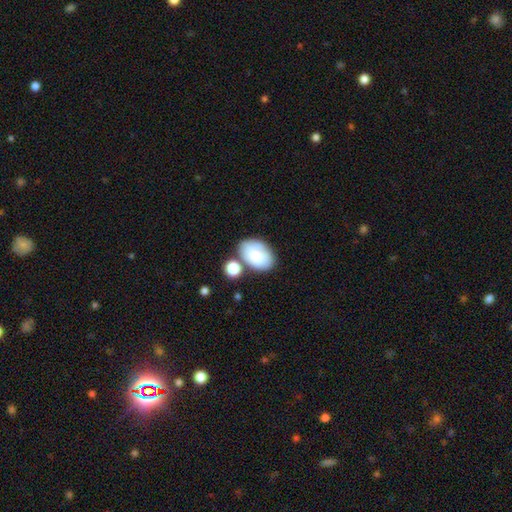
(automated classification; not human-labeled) Smooth or featured?
  - smooth: 74% *
  - featured or disk: 18%
  - star or artifact: 8%
How rounded?
  - in between: 87% *
  - round: 12%
  - cigar-shaped: 1%
Merging?
  - none: 61% *
  - minor disturbance: 18%
  - merger: 16%
  - major disturbance: 5%